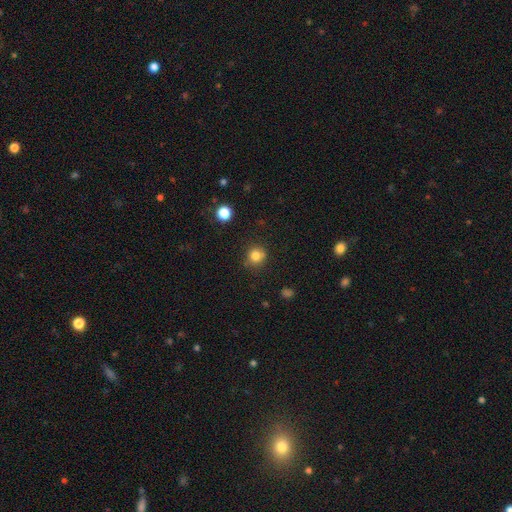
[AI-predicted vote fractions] A smooth galaxy with no disk features (81%) that is round (89%).

Vote fractions:
- Smooth or featured? smooth: 81% / star or artifact: 13% / featured or disk: 6%
- How rounded? round: 89% / in between: 10% / cigar-shaped: 1%
- Merging? none: 80% / minor disturbance: 13% / merger: 4% / major disturbance: 3%